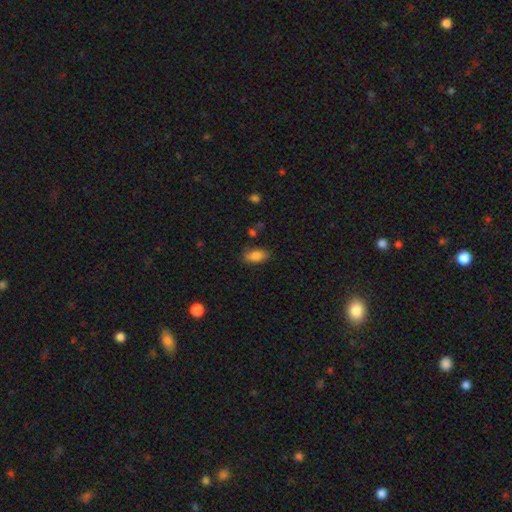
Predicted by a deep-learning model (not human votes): Smooth or featured? Predicted: smooth (p=0.86). How rounded? Predicted: in between (p=0.91). Merging? Predicted: none (p=0.83).